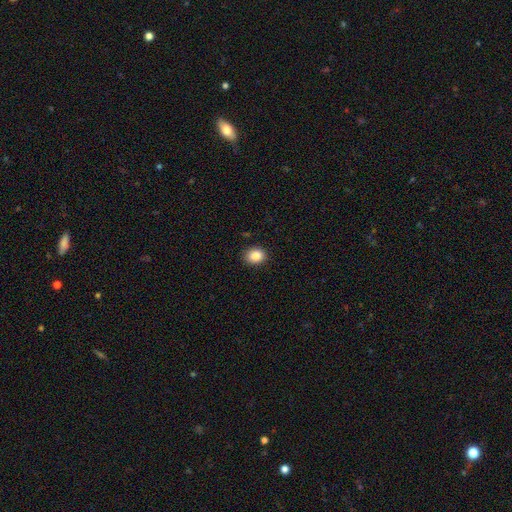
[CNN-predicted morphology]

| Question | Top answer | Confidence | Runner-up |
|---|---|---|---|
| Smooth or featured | smooth | 88% | star or artifact (9%) |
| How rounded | round | 54% | in between (45%) |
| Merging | none | 88% | minor disturbance (9%) |